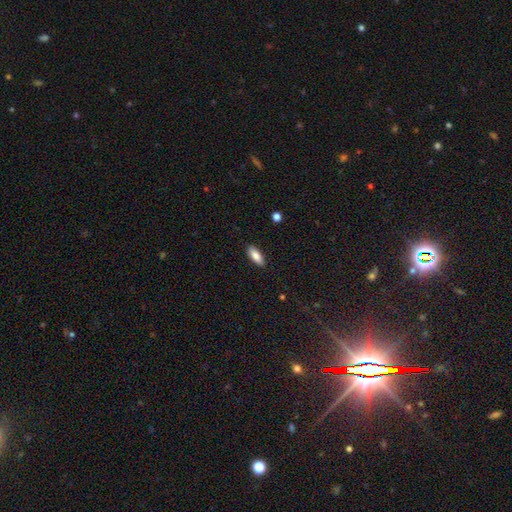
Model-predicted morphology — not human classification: A smooth galaxy with no disk features (82%) that is in between round and cigar-shaped (74%). Merging: none (89%).